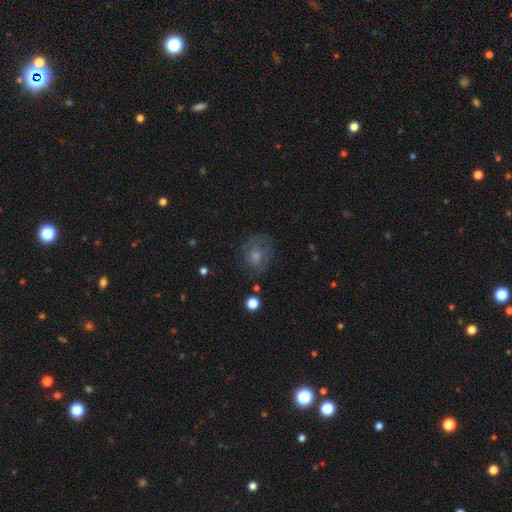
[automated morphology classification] Overall: smooth (41%; featured or disk 39%). Merging: none (71%).